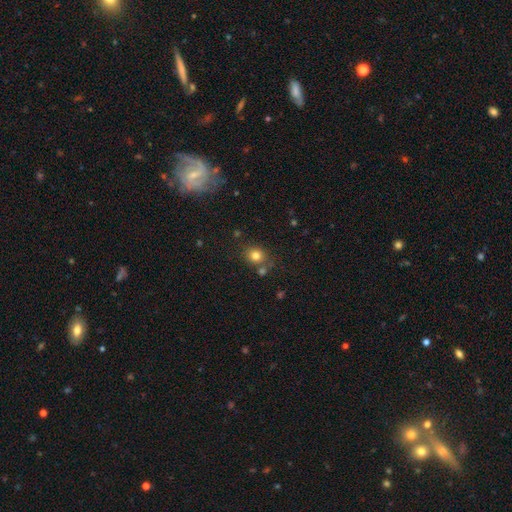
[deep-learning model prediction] Smooth or featured: smooth — 79% (star or artifact — 13%)
How rounded: round — 75% (in between — 24%)
Merging: none — 72% (merger — 13%)